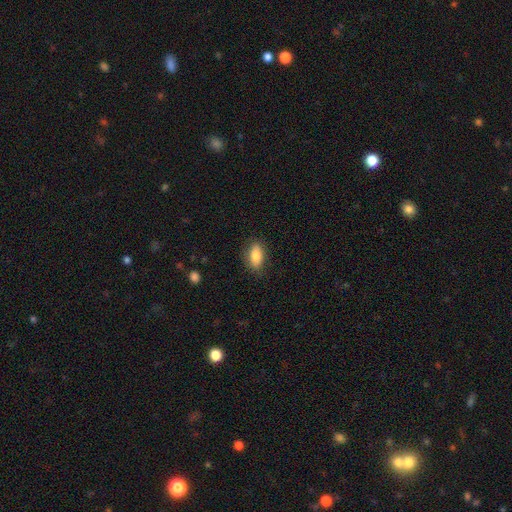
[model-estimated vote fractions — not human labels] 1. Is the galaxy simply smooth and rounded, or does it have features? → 81% smooth, 12% featured or disk, 7% star or artifact.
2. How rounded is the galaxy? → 88% in between, 7% cigar-shaped, 5% round.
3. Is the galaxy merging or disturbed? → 82% none, 14% minor disturbance, 3% major disturbance, 1% merger.